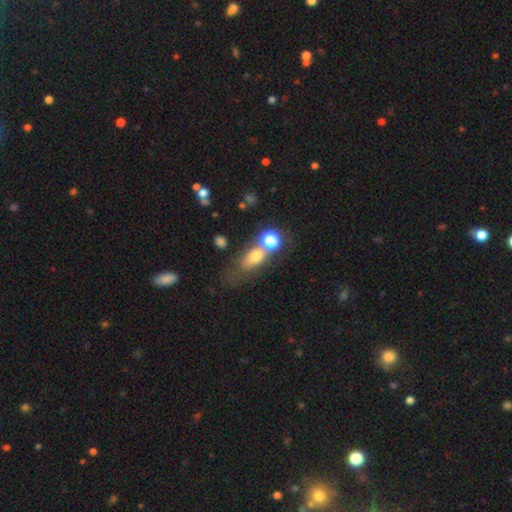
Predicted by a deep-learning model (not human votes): Smooth or featured: smooth — 67% (featured or disk — 18%)
How rounded: in between — 60% (round — 27%)
Merging: none — 39% (merger — 33%)